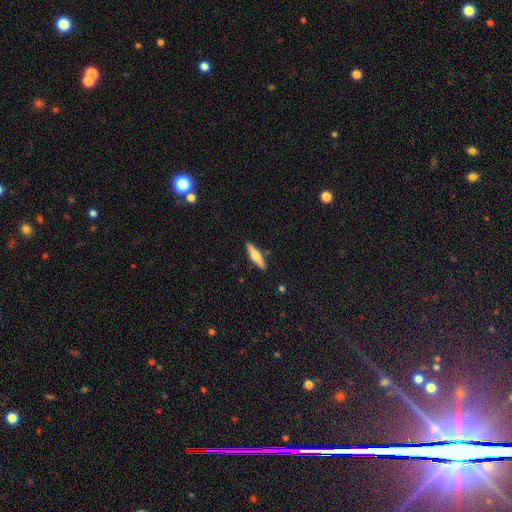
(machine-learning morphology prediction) Smooth or featured? Predicted: smooth (p=0.51). How rounded? Predicted: cigar-shaped (p=0.79). Merging? Predicted: none (p=0.88).